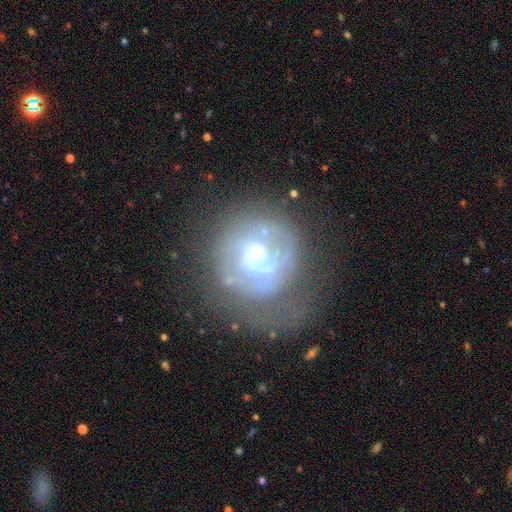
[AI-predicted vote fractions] This appears to be a featured or disk galaxy (78%) with no bar (53%), 2 (39%) tight (50%) spiral arms (85%) and a moderate central bulge (65%). Merging: none (44%).